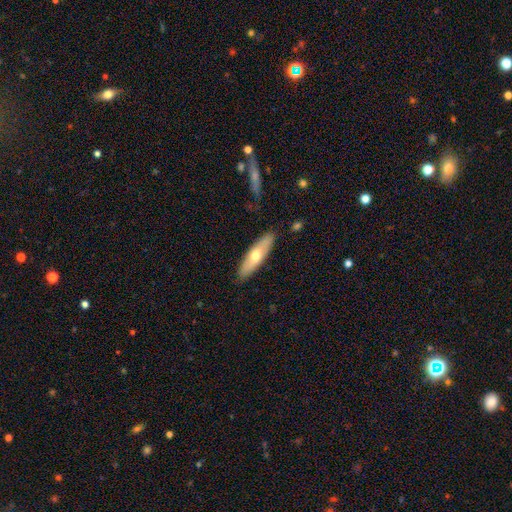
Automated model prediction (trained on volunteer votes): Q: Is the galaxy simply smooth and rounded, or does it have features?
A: smooth — 57%.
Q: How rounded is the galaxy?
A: cigar-shaped — 60%.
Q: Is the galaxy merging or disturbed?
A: none — 87%.